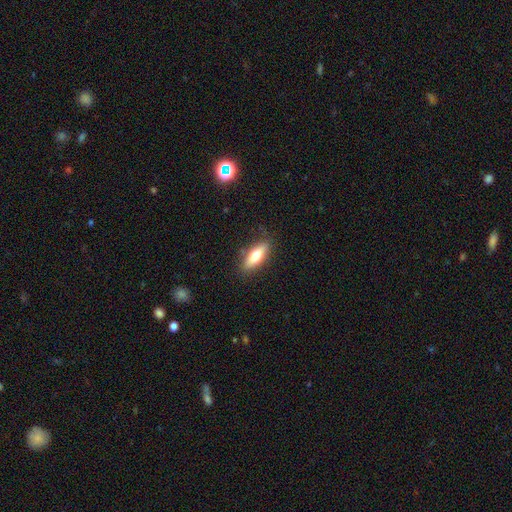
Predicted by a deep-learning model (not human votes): A smooth galaxy with no disk features (65%) that is in between round and cigar-shaped (63%). Merging: none (84%).